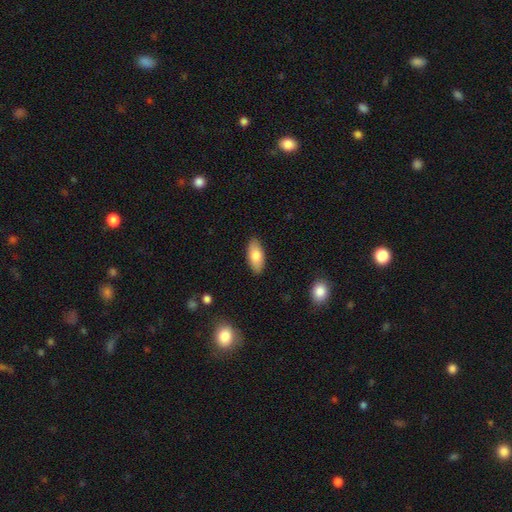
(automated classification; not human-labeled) A smooth galaxy with no disk features (80%) that is in between round and cigar-shaped (88%).

Vote fractions:
- Smooth or featured? smooth: 80% / featured or disk: 14% / star or artifact: 6%
- How rounded? in between: 88% / cigar-shaped: 10% / round: 2%
- Merging? none: 88% / minor disturbance: 9% / major disturbance: 2% / merger: 1%